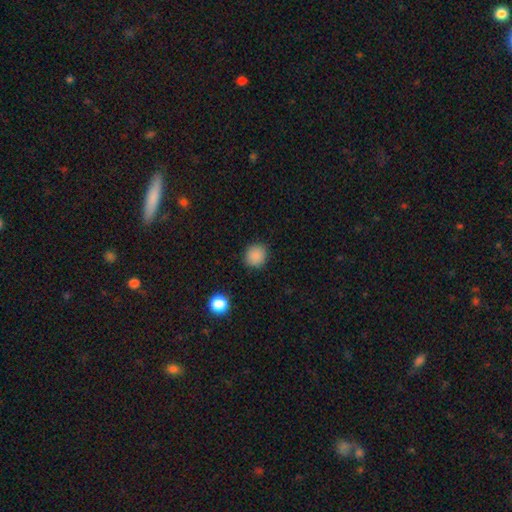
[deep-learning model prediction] smooth-or-featured: smooth: 87% | star or artifact: 10% | featured or disk: 3%
  how-rounded: round: 90% | in between: 9% | cigar-shaped: 1%
  merging: none: 88% | minor disturbance: 8% | major disturbance: 3% | merger: 1%